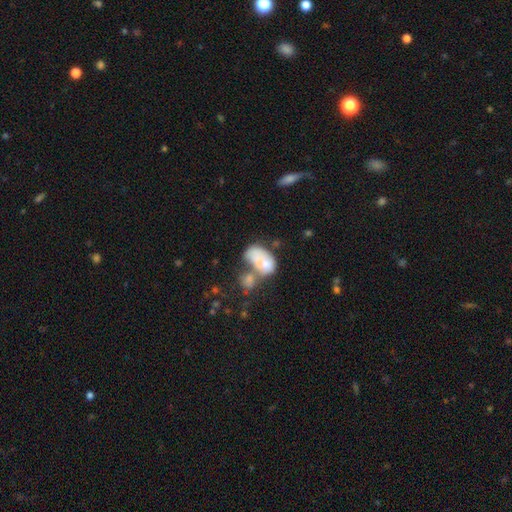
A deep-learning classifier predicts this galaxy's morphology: A smooth galaxy with no disk features (70%) that is in between round and cigar-shaped (88%). Merging: merger (58%).